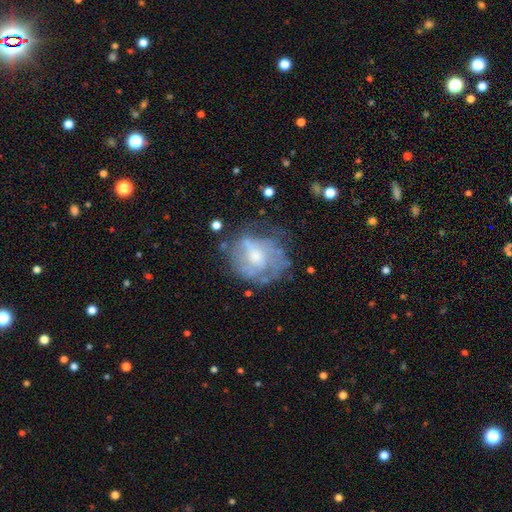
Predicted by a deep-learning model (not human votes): A featured or disk galaxy (60%) with no bar (66%), no spiral arms (60%) and a moderate central bulge (48%).

Vote fractions:
- Smooth or featured? featured or disk: 60% / smooth: 31% / star or artifact: 9%
- Edge-on disk? no: 97% / yes: 3%
- Bar? no: 66% / weak: 28% / strong: 6%
- Spiral arms? no: 60% / yes: 40%
- Bulge size? moderate: 48% / small: 33% / none: 11% / large: 7% / dominant: 1%
- Merging? none: 51% / minor disturbance: 24% / major disturbance: 21% / merger: 4%